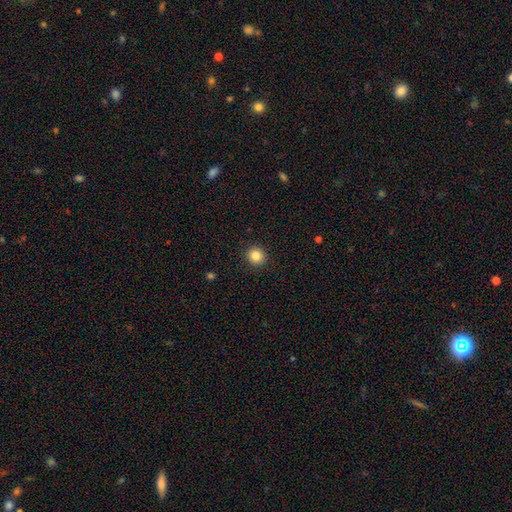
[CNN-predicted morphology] smooth-or-featured: smooth: 85% | star or artifact: 10% | featured or disk: 5%
  how-rounded: round: 91% | in between: 8% | cigar-shaped: 1%
  merging: none: 92% | minor disturbance: 5% | major disturbance: 2% | merger: 1%